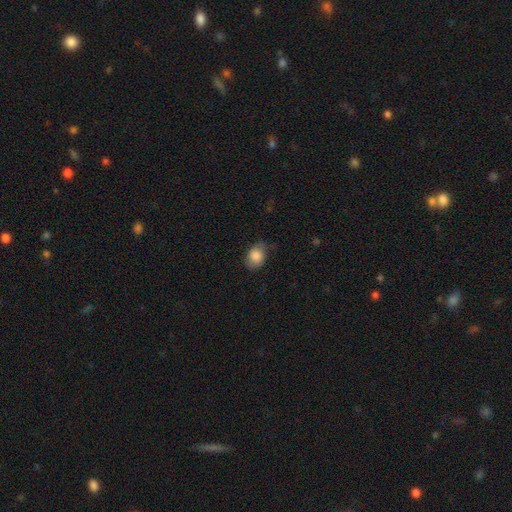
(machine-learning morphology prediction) Smooth or featured: smooth — 82% (featured or disk — 10%)
How rounded: in between — 68% (round — 30%)
Merging: none — 67% (minor disturbance — 25%)